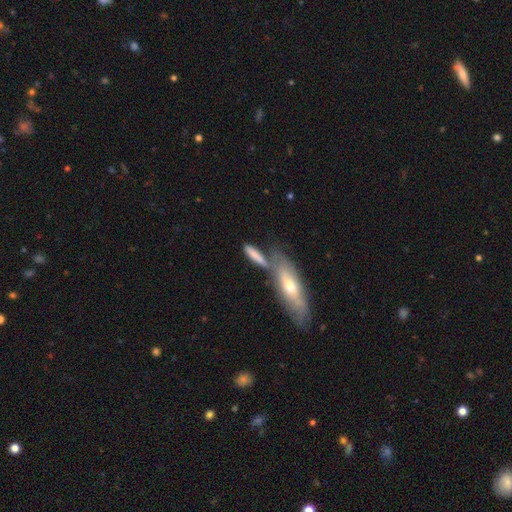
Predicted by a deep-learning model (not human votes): A smooth galaxy with no disk features (72%) that is cigar-shaped (62%). Merging: none (43%).